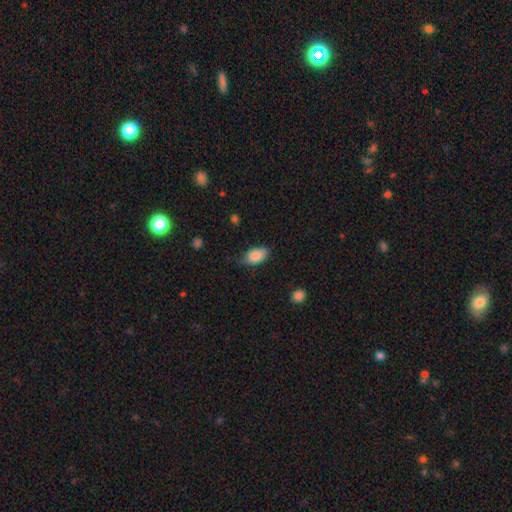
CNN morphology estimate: smooth 87%, star or artifact 7%, featured or disk 7%. Down the decision tree: how rounded — in between (91%); merging — none (66%).